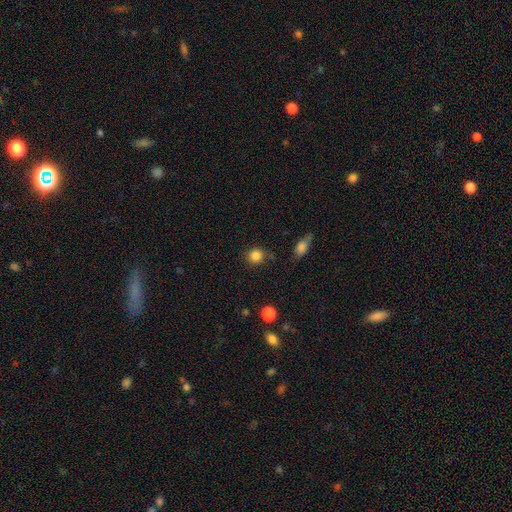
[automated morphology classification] Overall: smooth (85%). How rounded: round (90%). Merging: none (82%).